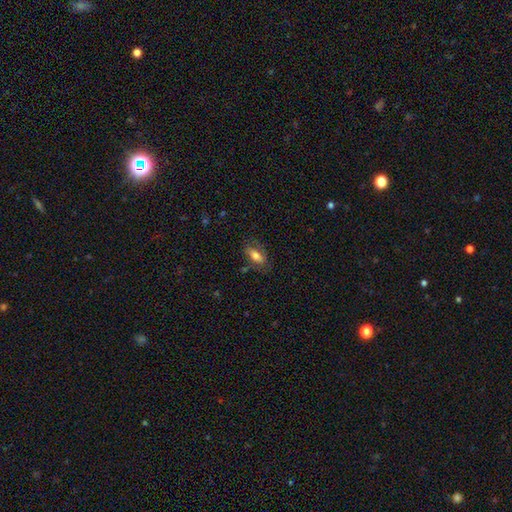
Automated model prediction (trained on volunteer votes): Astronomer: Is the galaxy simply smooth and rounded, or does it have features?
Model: smooth — 68%.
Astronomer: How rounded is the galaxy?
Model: in between — 84%.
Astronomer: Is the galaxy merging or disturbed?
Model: none — 67%.